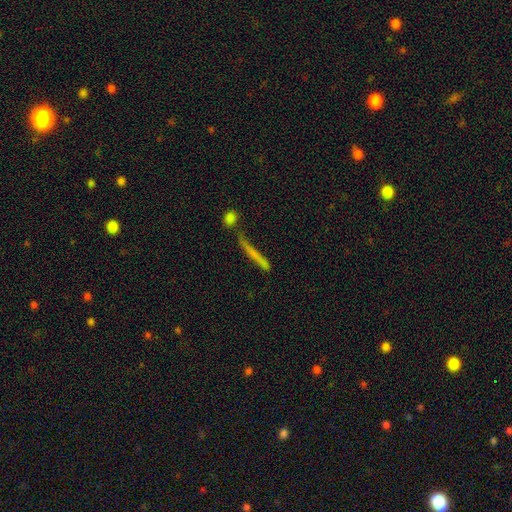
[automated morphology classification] Smooth or featured?
  - smooth: 56% *
  - featured or disk: 33%
  - star or artifact: 11%
How rounded?
  - cigar-shaped: 93% *
  - in between: 4%
  - round: 3%
Merging?
  - none: 57% *
  - merger: 17%
  - minor disturbance: 16%
  - major disturbance: 9%